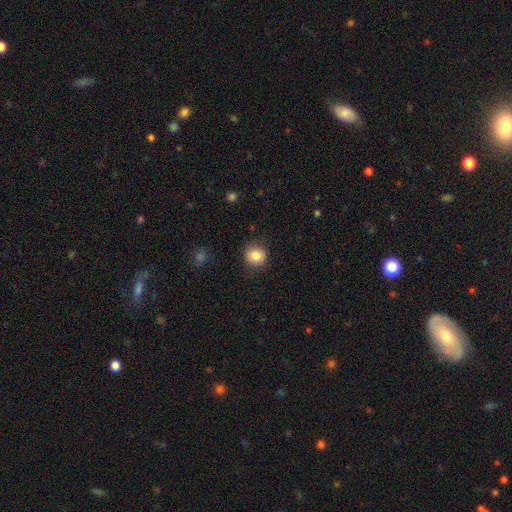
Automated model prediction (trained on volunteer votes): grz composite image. It shows a smooth galaxy with no disk features (85%) that is round (88%). Merging: none (85%).